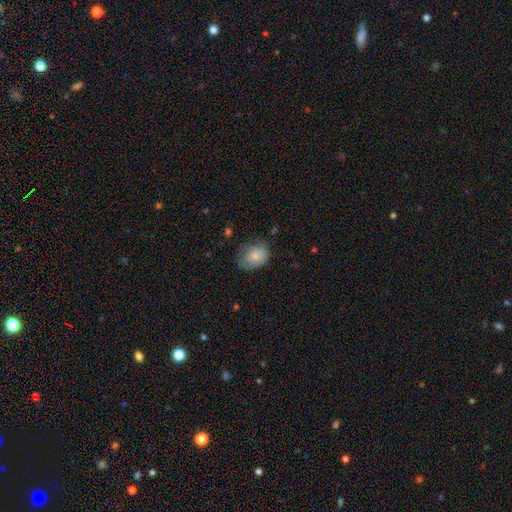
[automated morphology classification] smooth_or_featured: smooth (p=0.80) [alt: featured or disk p=0.13]
how_rounded: in between (p=0.69) [alt: round p=0.30]
merging: none (p=0.56) [alt: minor disturbance p=0.32]